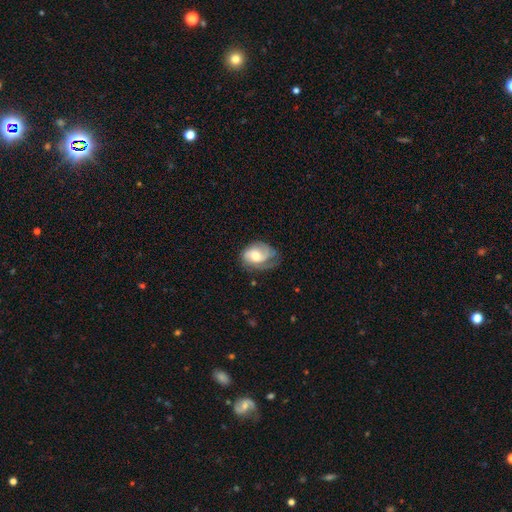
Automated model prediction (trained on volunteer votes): This is likely a featured or disk galaxy (61%). It is clearly not viewed edge-on (97%). Bar: possibly no (59%). Spiral arm pattern: clearly yes (87%). Spiral arm count: marginally 2 (44%). Spiral winding: marginally medium (41%). Central bulge: likely moderate (63%). Merging: possibly none (49%).